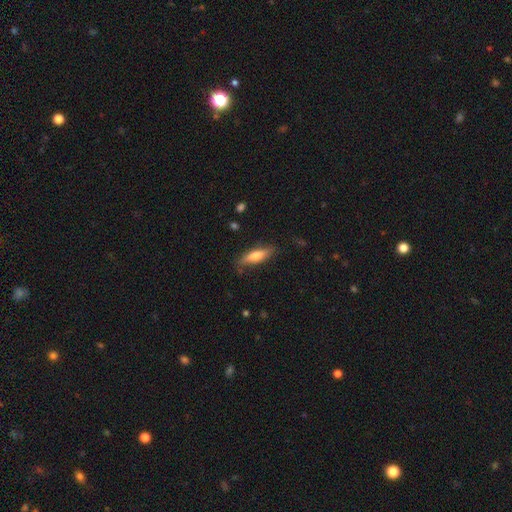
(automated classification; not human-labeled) A smooth galaxy with no disk features (67%) that is cigar-shaped (60%). Merging: none (80%).